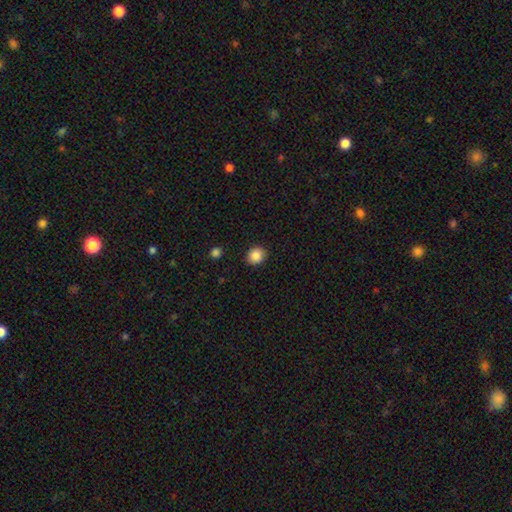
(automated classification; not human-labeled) This is clearly a smooth galaxy (87%). How rounded: likely round (72%). Merging: clearly none (89%).